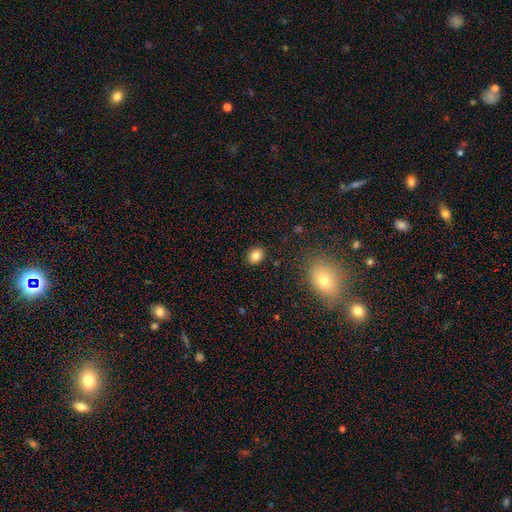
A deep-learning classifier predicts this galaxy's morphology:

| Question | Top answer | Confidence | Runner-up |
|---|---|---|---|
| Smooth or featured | smooth | 83% | star or artifact (10%) |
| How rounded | in between | 50% | round (49%) |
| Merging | none | 89% | minor disturbance (8%) |